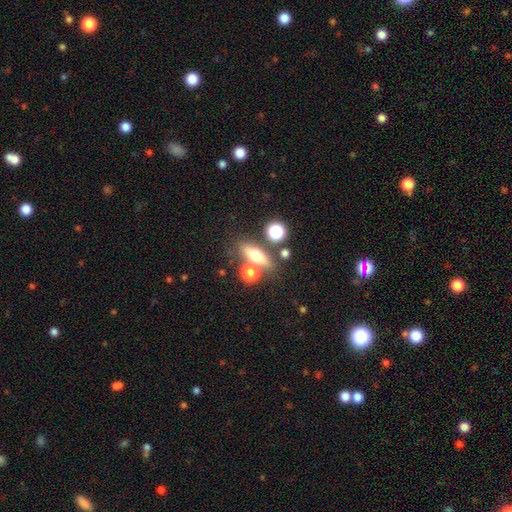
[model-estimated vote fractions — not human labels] smooth 57%, featured or disk 30%, star or artifact 13%. Down the decision tree: how rounded — in between (46%); merging — none (68%).